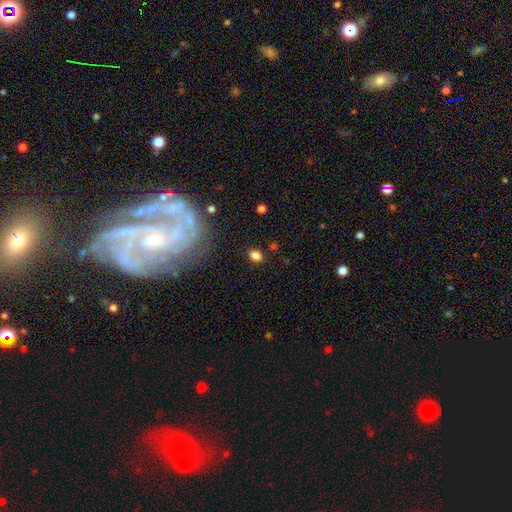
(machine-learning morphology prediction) A smooth galaxy with no disk features (83%) that is in between round and cigar-shaped (76%).

Vote fractions:
- Smooth or featured? smooth: 83% / star or artifact: 11% / featured or disk: 6%
- How rounded? in between: 76% / round: 23% / cigar-shaped: 2%
- Merging? none: 85% / minor disturbance: 10% / major disturbance: 3% / merger: 2%